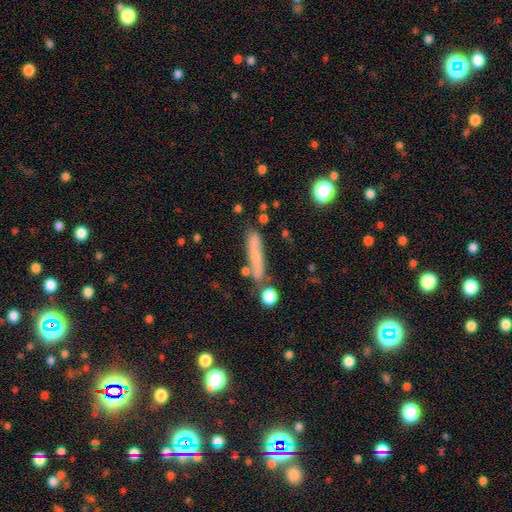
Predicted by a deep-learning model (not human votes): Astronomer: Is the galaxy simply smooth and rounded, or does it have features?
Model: smooth — 52% (runner-up: featured or disk, 35%).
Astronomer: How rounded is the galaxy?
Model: cigar-shaped — 83%.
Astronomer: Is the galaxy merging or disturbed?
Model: none — 65%.